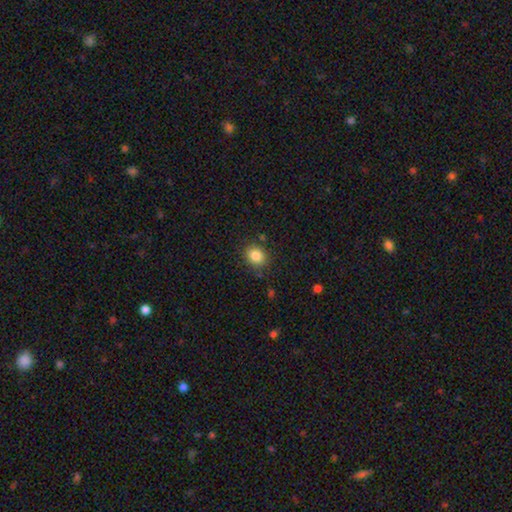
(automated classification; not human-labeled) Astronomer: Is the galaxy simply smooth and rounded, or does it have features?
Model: smooth — 85%.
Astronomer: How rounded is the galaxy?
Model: round — 64%.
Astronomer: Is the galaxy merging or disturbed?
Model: none — 84%.